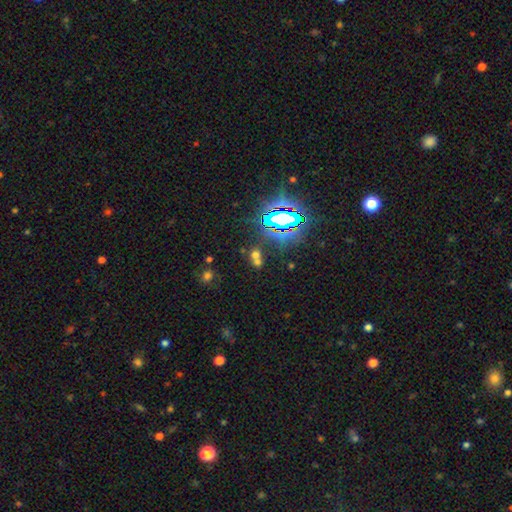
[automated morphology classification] smooth 46%, star or artifact 42%, featured or disk 12%. Down the decision tree: merging — merger (47%).